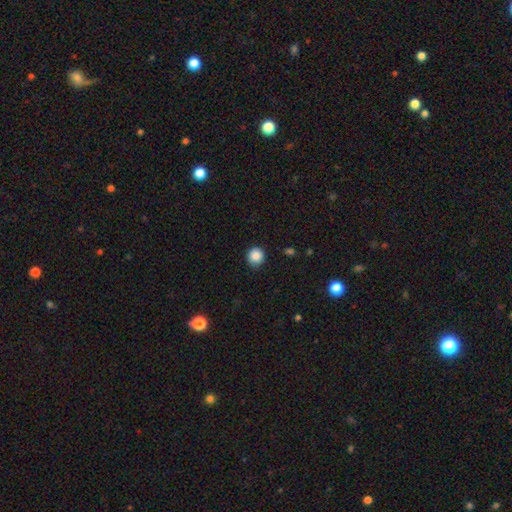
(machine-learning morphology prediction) Smooth or featured? smooth (87%)
How rounded? round (94%)
Merging? none (88%)